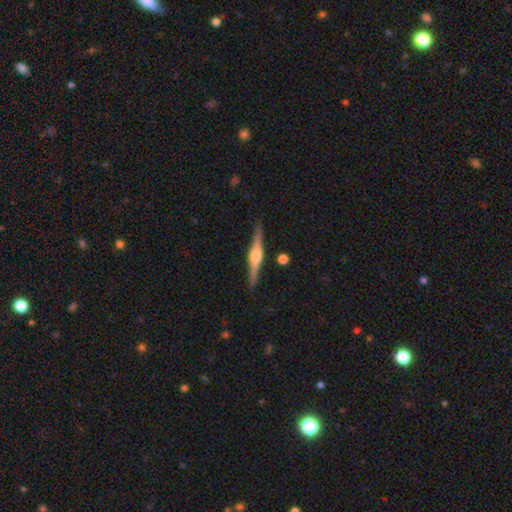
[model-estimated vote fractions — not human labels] A featured or disk galaxy (80%) viewed edge-on (98%) with a rounded central bulge (90%).

Vote fractions:
- Smooth or featured? featured or disk: 80% / smooth: 14% / star or artifact: 5%
- Edge-on disk? yes: 98% / no: 2%
- Edge-on bulge? rounded: 90% / boxy: 7% / none: 2%
- Merging? none: 90% / minor disturbance: 7% / merger: 2% / major disturbance: 1%